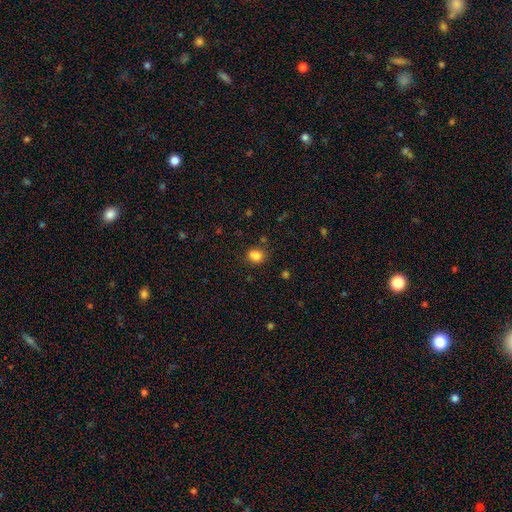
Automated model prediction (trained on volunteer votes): A smooth galaxy with no disk features (84%) that is round (52%). Merging: none (77%).